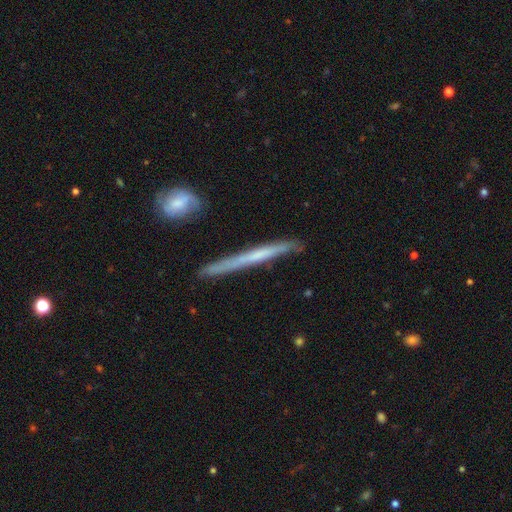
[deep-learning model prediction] Smooth or featured?
  - featured or disk: 53% *
  - smooth: 41%
  - star or artifact: 6%
Edge-on disk?
  - yes: 93% *
  - no: 7%
Merging?
  - none: 80% *
  - minor disturbance: 14%
  - major disturbance: 3%
  - merger: 3%